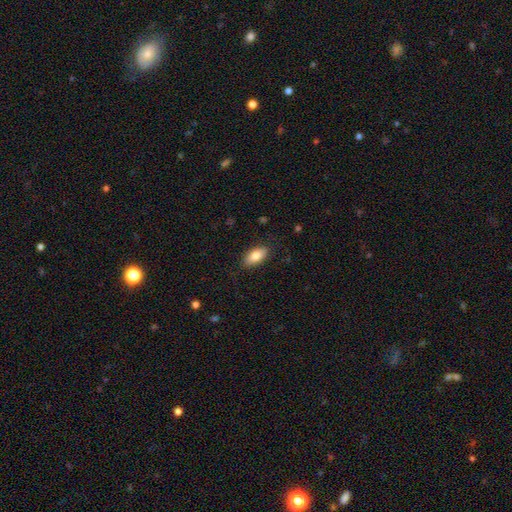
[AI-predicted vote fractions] smooth-or-featured: smooth: 82% | featured or disk: 11% | star or artifact: 7%
  how-rounded: in between: 90% | cigar-shaped: 7% | round: 3%
  merging: none: 86% | minor disturbance: 11% | major disturbance: 3% | merger: 1%